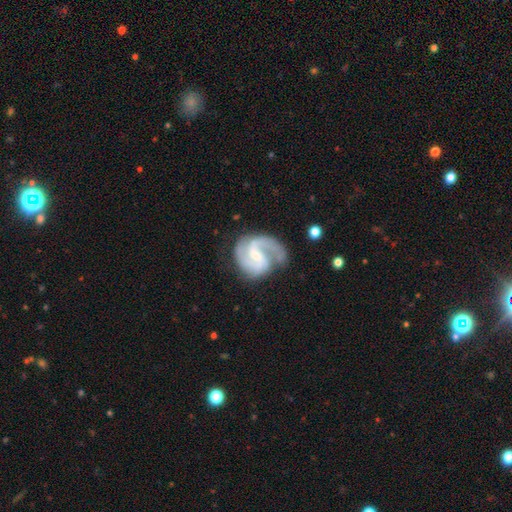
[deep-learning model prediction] Smooth or featured? featured or disk (88%)
Edge-on disk? no (98%)
Bar? weak (55%)
Spiral arms? yes (97%)
Spiral winding? medium (55%)
Spiral arm count? 2 (69%)
Bulge size? small (56%)
Merging? none (61%)